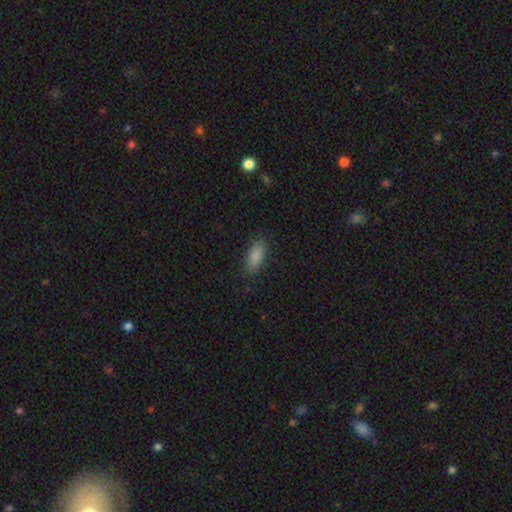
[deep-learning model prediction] smooth 88%, star or artifact 7%, featured or disk 5%. Down the decision tree: how rounded — in between (82%); merging — none (85%).